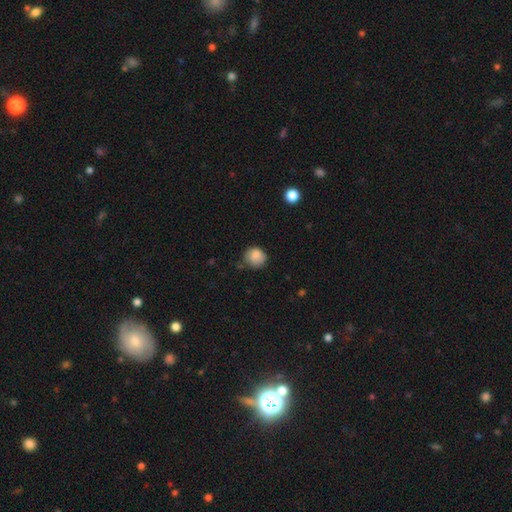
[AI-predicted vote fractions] smooth-or-featured: smooth: 85% | star or artifact: 9% | featured or disk: 6%
  how-rounded: round: 84% | in between: 15% | cigar-shaped: 1%
  merging: none: 61% | minor disturbance: 30% | major disturbance: 6% | merger: 3%